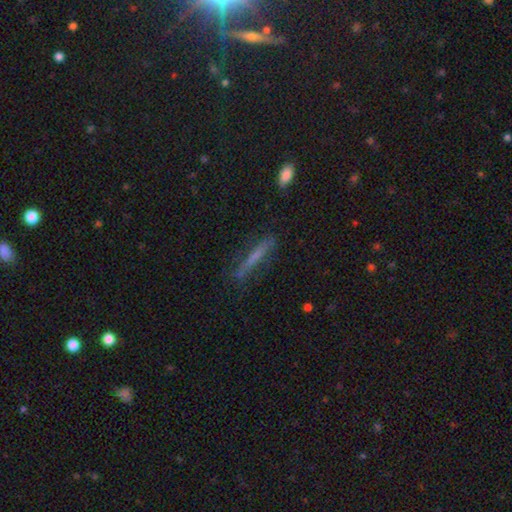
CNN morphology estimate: Smooth or featured? Predicted: smooth (p=0.58). How rounded? Predicted: cigar-shaped (p=0.94). Merging? Predicted: none (p=0.78).